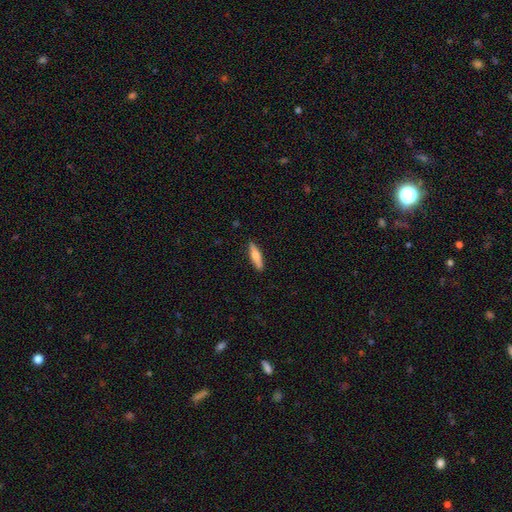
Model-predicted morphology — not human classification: Smooth or featured? smooth (66%)
How rounded? cigar-shaped (73%)
Merging? none (88%)